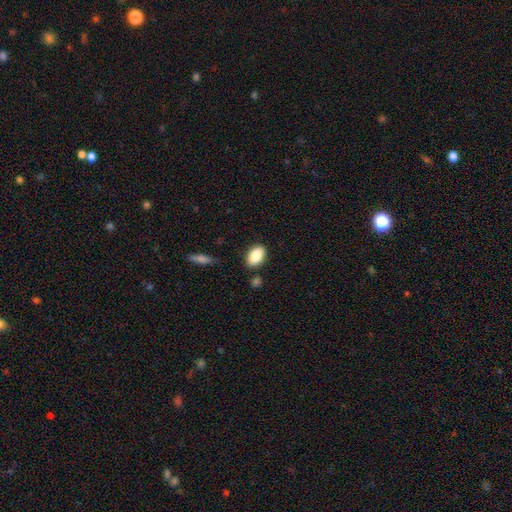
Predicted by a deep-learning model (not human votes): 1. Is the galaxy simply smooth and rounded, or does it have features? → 86% smooth, 7% featured or disk, 7% star or artifact.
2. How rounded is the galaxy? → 90% in between, 8% round, 2% cigar-shaped.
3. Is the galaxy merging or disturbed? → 84% none, 10% minor disturbance, 3% merger, 2% major disturbance.